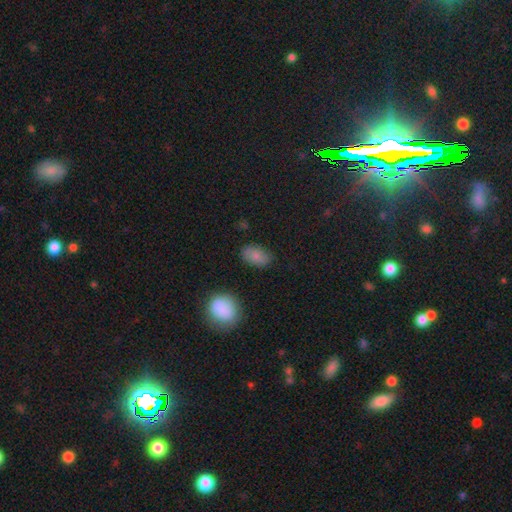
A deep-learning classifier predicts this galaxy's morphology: smooth 82%, featured or disk 10%, star or artifact 8%. Down the decision tree: how rounded — in between (88%); merging — none (80%).